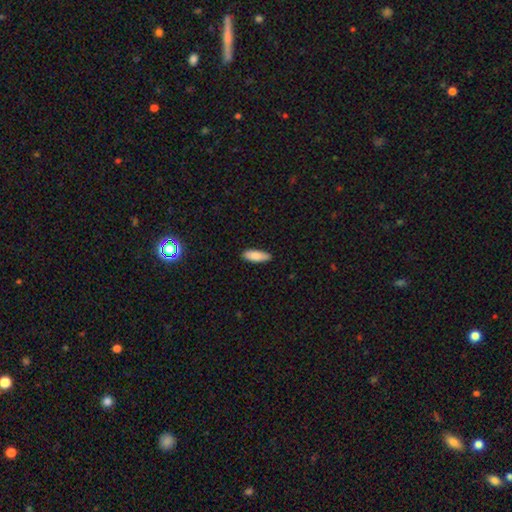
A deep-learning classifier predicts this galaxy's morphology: Q: Smooth or featured?
A: smooth (83%); runner-up: featured or disk (11%)
Q: How rounded?
A: in between (67%); runner-up: cigar-shaped (31%)
Q: Merging?
A: none (88%); runner-up: minor disturbance (10%)